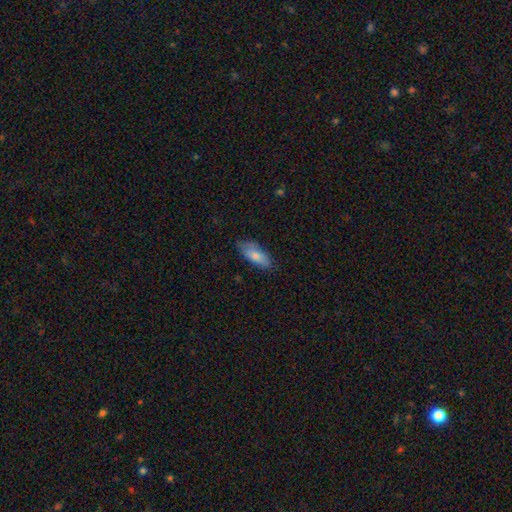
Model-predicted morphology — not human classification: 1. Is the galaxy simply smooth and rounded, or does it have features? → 76% smooth, 18% featured or disk, 6% star or artifact.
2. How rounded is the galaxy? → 82% in between, 16% cigar-shaped, 2% round.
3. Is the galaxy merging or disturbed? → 73% none, 22% minor disturbance, 4% major disturbance, 1% merger.